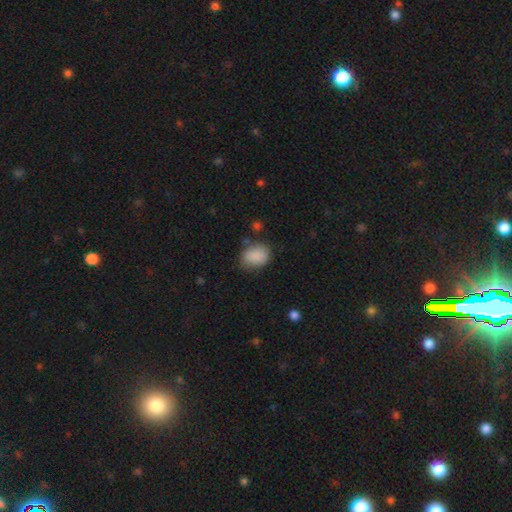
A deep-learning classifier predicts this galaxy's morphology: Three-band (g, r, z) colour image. It shows a smooth galaxy with no disk features (87%) that is in between round and cigar-shaped (71%). Merging: none (71%).